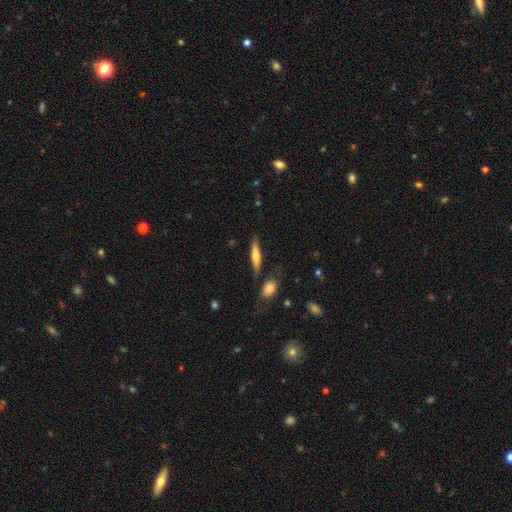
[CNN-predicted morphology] This is possibly a smooth galaxy (55%). How rounded: clearly cigar-shaped (83%). Merging: likely none (79%).